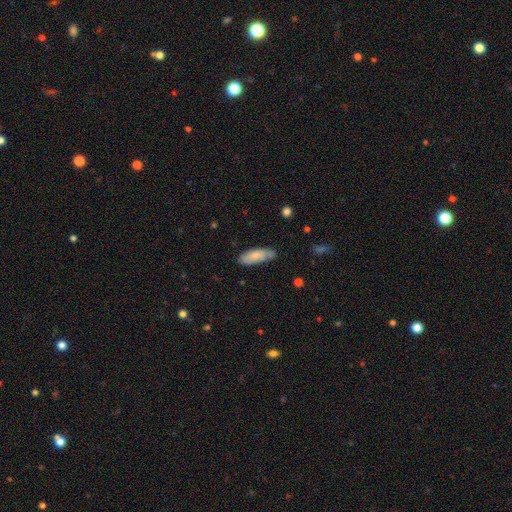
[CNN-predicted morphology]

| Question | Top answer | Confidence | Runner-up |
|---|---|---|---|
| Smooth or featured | smooth | 76% | featured or disk (18%) |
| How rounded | in between | 65% | cigar-shaped (33%) |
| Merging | none | 69% | minor disturbance (25%) |